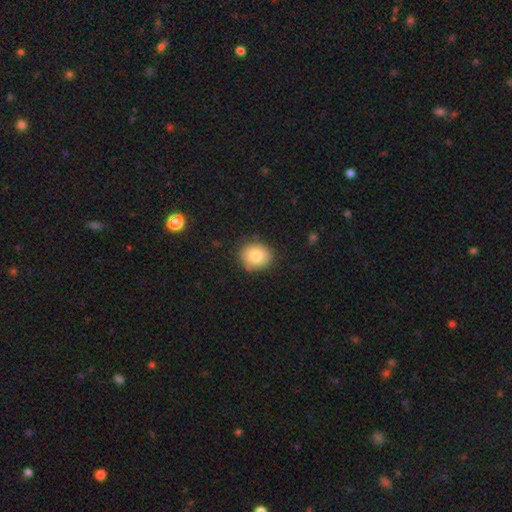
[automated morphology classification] A smooth galaxy with no disk features (83%) that is round (67%). Merging: none (83%).